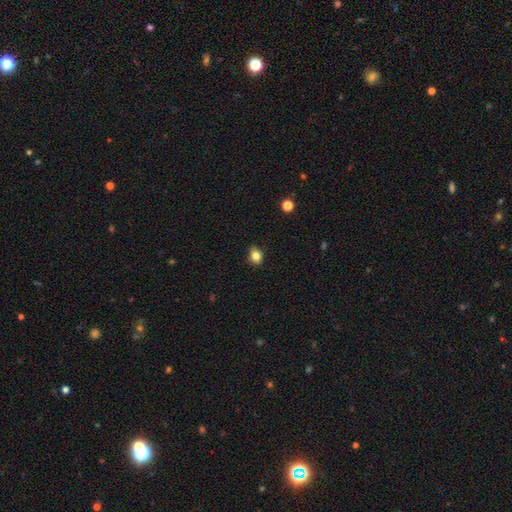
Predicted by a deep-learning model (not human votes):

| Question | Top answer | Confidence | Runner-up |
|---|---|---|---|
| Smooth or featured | smooth | 82% | star or artifact (11%) |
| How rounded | in between | 52% | round (47%) |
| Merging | none | 86% | minor disturbance (11%) |